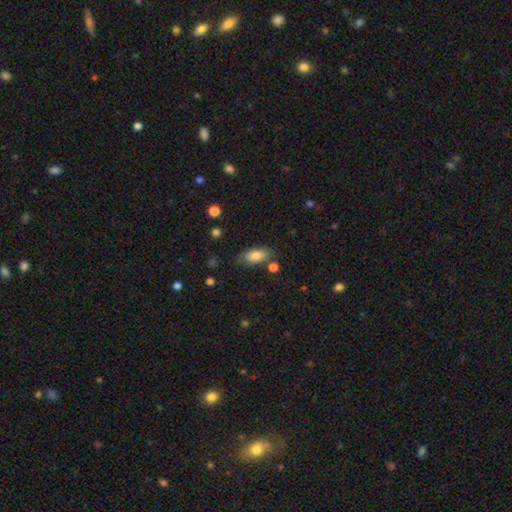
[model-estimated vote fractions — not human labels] A smooth galaxy with no disk features (81%) that is in between round and cigar-shaped (87%). Merging: none (72%).